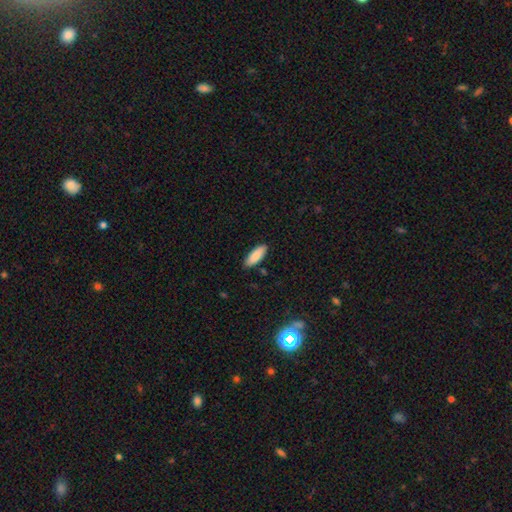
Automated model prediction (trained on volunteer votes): Q: Smooth or featured?
A: smooth (88%); runner-up: star or artifact (6%)
Q: How rounded?
A: in between (70%); runner-up: cigar-shaped (29%)
Q: Merging?
A: none (86%); runner-up: minor disturbance (10%)